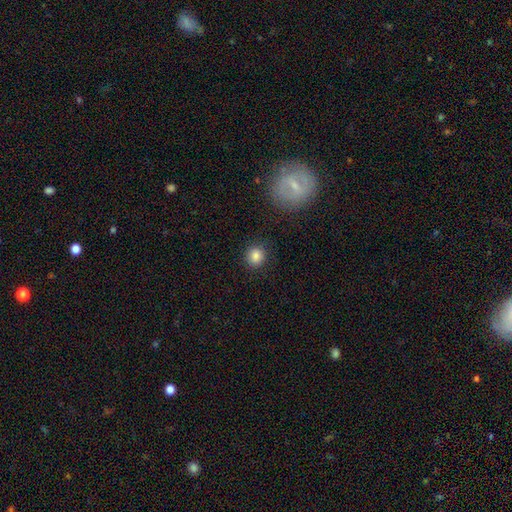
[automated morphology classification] Overall: smooth (85%). How rounded: round (88%). Merging: none (88%).